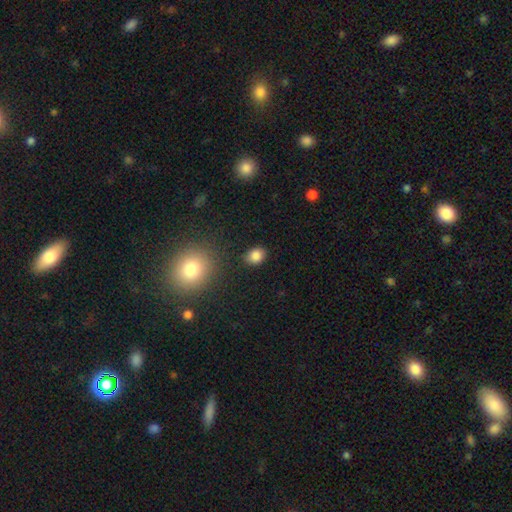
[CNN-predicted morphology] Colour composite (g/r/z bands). It shows a smooth galaxy with no disk features (85%) that is round (50%). Merging: none (85%).